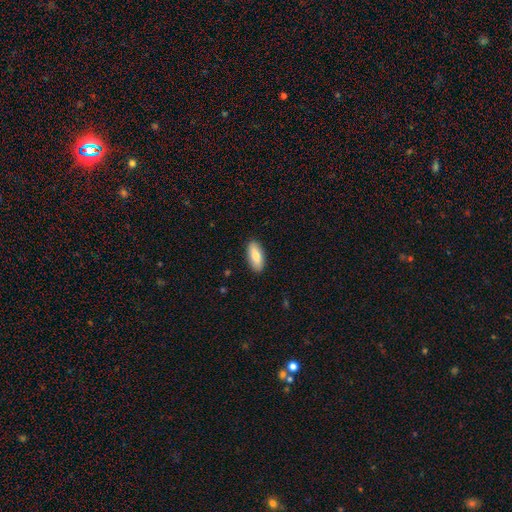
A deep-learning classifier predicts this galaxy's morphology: A smooth galaxy with no disk features (77%) that is in between round and cigar-shaped (85%).

Vote fractions:
- Smooth or featured? smooth: 77% / featured or disk: 17% / star or artifact: 6%
- How rounded? in between: 85% / cigar-shaped: 13% / round: 2%
- Merging? none: 89% / minor disturbance: 8% / major disturbance: 2% / merger: 1%